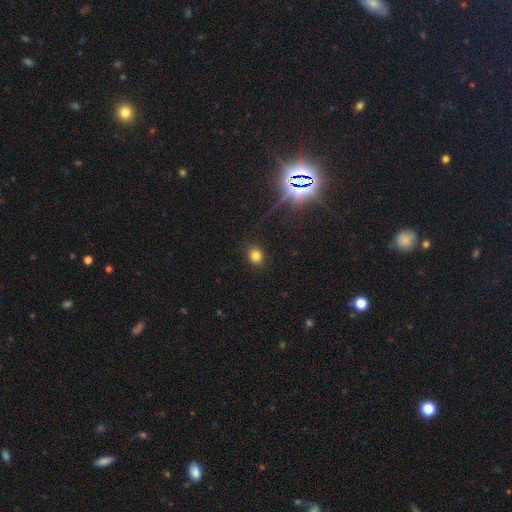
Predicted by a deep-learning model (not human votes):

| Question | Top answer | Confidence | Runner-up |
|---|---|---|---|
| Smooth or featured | smooth | 78% | star or artifact (16%) |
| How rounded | round | 62% | in between (37%) |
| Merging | none | 86% | minor disturbance (10%) |